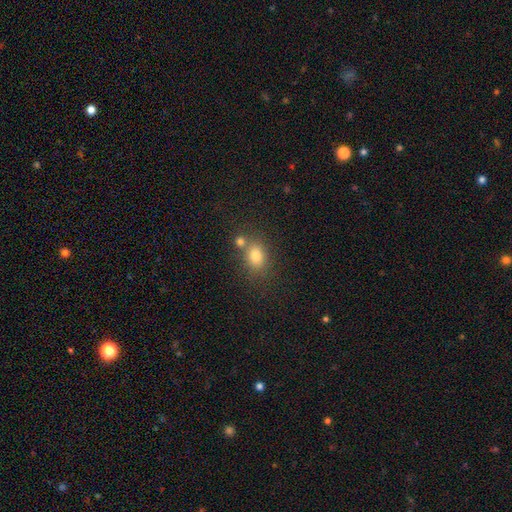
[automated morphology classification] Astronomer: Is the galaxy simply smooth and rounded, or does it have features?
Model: smooth — 77%.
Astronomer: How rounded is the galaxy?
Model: in between — 51% (runner-up: round, 47%).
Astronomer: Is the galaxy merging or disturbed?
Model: none — 56%.